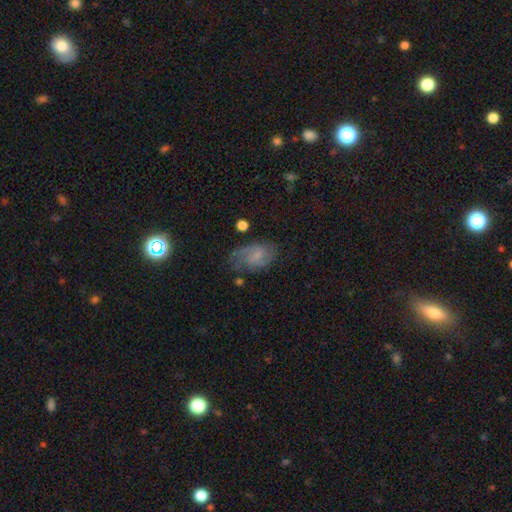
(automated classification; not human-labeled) A featured or disk galaxy (57%) with a weak bar (48%), spiral arms (87%) and a small central bulge (48%). Merging: none (59%).